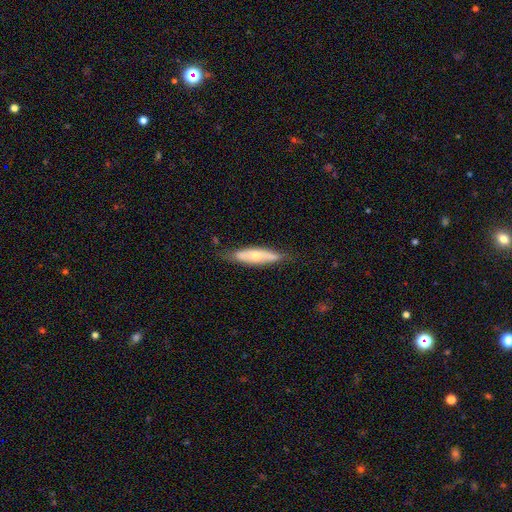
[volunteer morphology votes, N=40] A featured or disk galaxy (50%) viewed edge-on (70%) with a rounded central bulge (86%). Merging: none (82%).